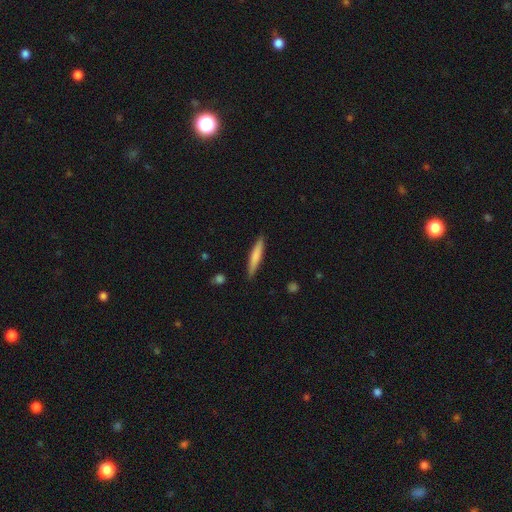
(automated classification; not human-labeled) smooth 74%, featured or disk 20%, star or artifact 5%. Down the decision tree: how rounded — cigar-shaped (91%); merging — none (87%).